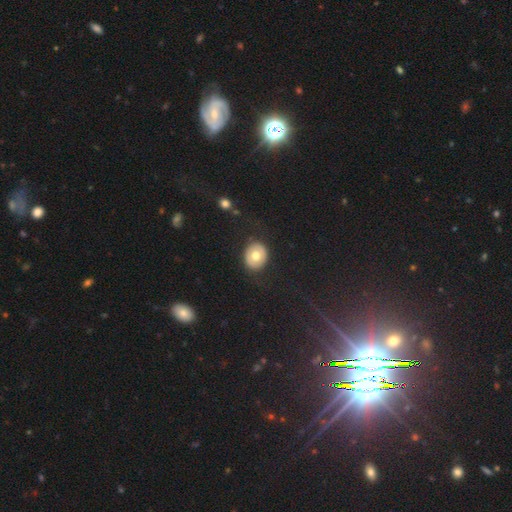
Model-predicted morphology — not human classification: Overall: smooth (67%). How rounded: round (64%; in between 35%). Merging: none (86%).